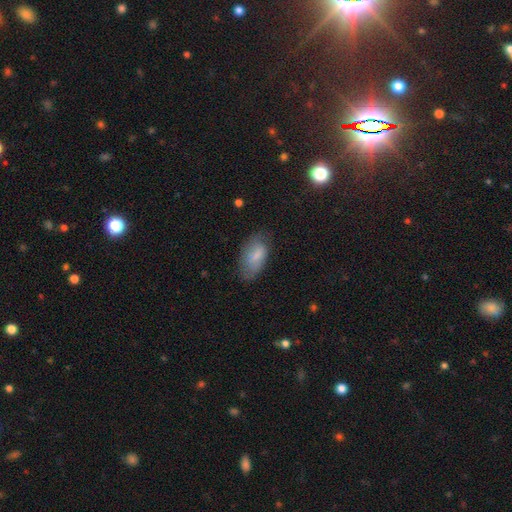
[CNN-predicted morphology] Q: Smooth or featured?
A: smooth (73%); runner-up: featured or disk (19%)
Q: How rounded?
A: in between (93%); runner-up: cigar-shaped (4%)
Q: Merging?
A: none (63%); runner-up: minor disturbance (26%)